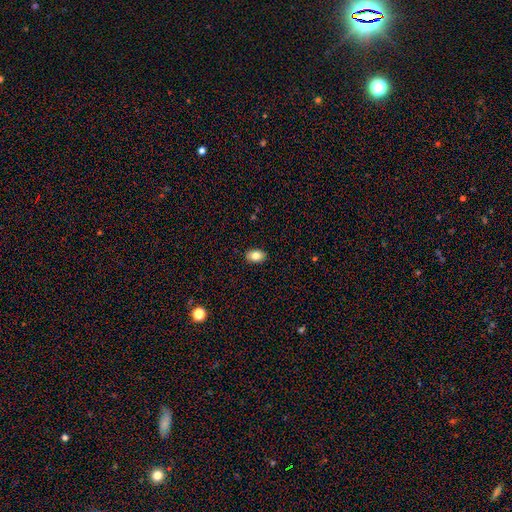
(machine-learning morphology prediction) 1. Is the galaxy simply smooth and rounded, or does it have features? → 82% smooth, 9% featured or disk, 8% star or artifact.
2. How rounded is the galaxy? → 85% in between, 14% round, 1% cigar-shaped.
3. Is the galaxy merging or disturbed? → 89% none, 8% minor disturbance, 2% major disturbance, 1% merger.